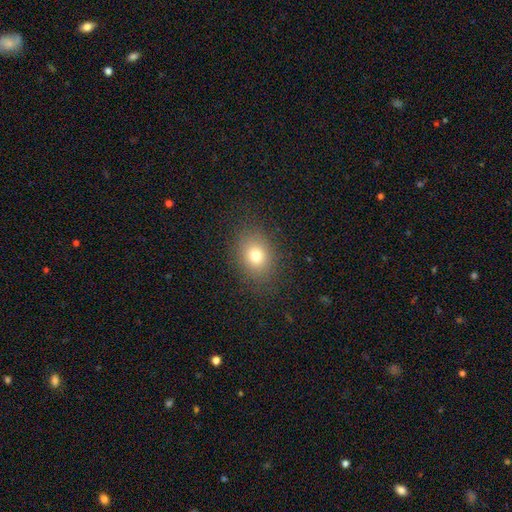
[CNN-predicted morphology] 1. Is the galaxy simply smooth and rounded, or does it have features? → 75% smooth, 14% star or artifact, 11% featured or disk.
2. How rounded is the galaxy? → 51% in between, 48% round, 1% cigar-shaped.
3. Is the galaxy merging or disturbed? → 85% none, 9% minor disturbance, 5% major disturbance, 1% merger.